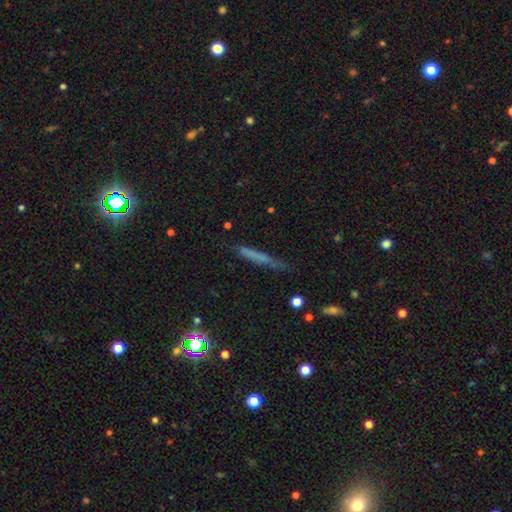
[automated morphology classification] Smooth or featured?
  - smooth: 57% *
  - featured or disk: 28%
  - star or artifact: 14%
How rounded?
  - cigar-shaped: 92% *
  - in between: 5%
  - round: 3%
Merging?
  - none: 65% *
  - minor disturbance: 24%
  - major disturbance: 8%
  - merger: 3%